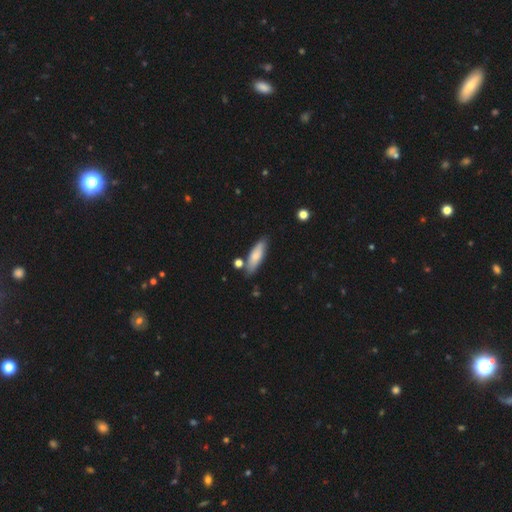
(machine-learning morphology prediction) smooth_or_featured: smooth (p=0.75) [alt: featured or disk p=0.19]
how_rounded: cigar-shaped (p=0.53) [alt: in between p=0.45]
merging: none (p=0.77) [alt: minor disturbance p=0.14]